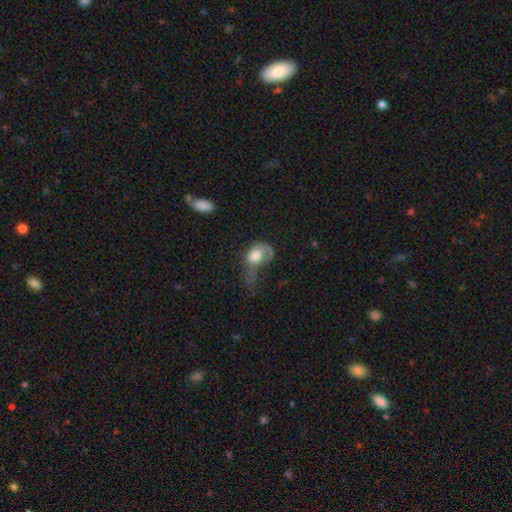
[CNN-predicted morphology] This is likely a smooth galaxy (65%). How rounded: likely in between (66%). Merging: likely major disturbance (61%).